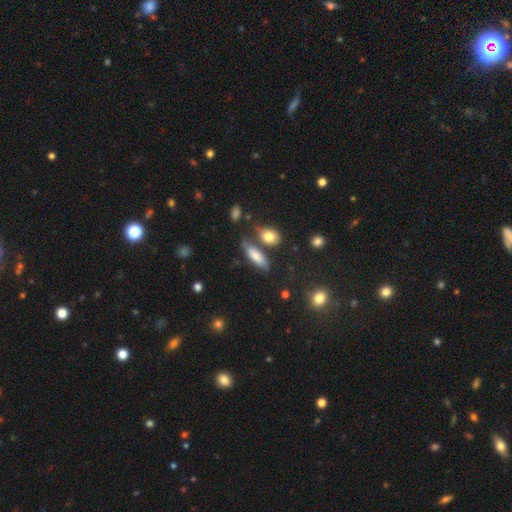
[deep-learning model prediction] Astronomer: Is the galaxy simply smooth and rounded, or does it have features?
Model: smooth — 72%.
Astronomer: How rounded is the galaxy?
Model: in between — 55% (runner-up: cigar-shaped, 41%).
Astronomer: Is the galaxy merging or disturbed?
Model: none — 63%.